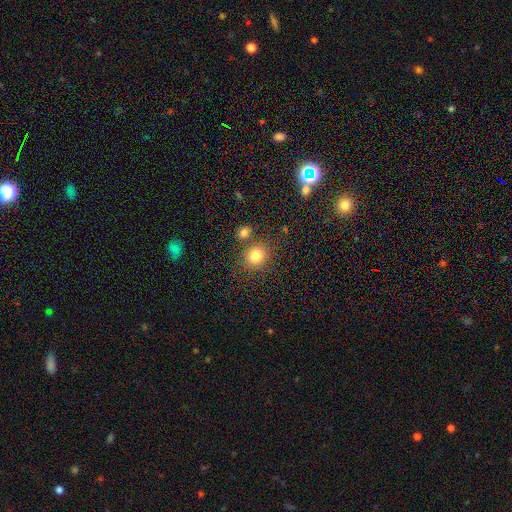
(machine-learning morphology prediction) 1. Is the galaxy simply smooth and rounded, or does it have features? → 80% smooth, 12% star or artifact, 7% featured or disk.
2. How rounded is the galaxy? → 76% round, 23% in between, 1% cigar-shaped.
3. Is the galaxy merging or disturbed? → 72% none, 13% merger, 11% minor disturbance, 4% major disturbance.